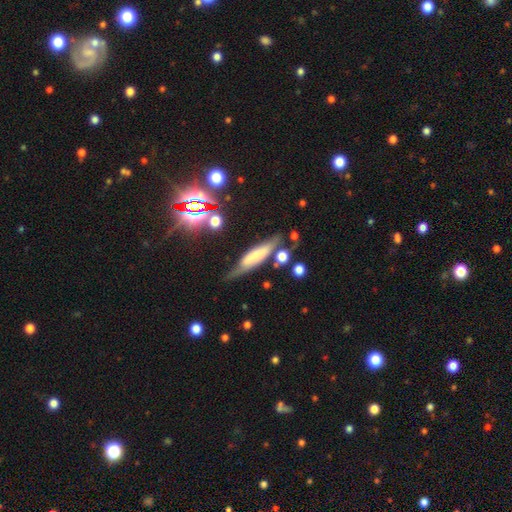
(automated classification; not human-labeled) The model was most divided on "smooth or featured": smooth: 48%, featured or disk: 43%, star or artifact: 9%. More confident: merging — none (61%).